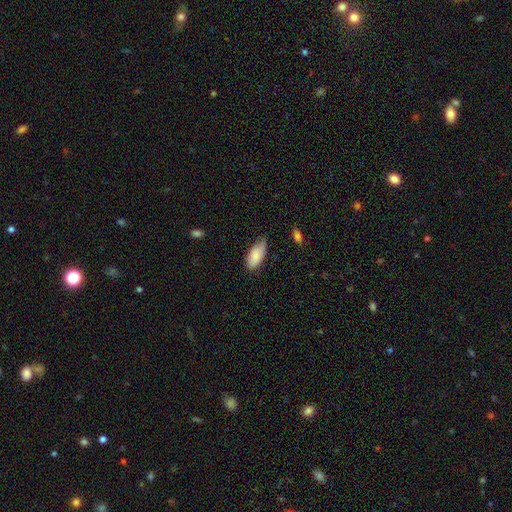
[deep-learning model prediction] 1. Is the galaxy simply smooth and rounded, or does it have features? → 84% smooth, 9% featured or disk, 6% star or artifact.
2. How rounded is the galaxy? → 93% in between, 5% cigar-shaped, 2% round.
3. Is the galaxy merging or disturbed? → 52% none, 40% minor disturbance, 7% major disturbance, 2% merger.